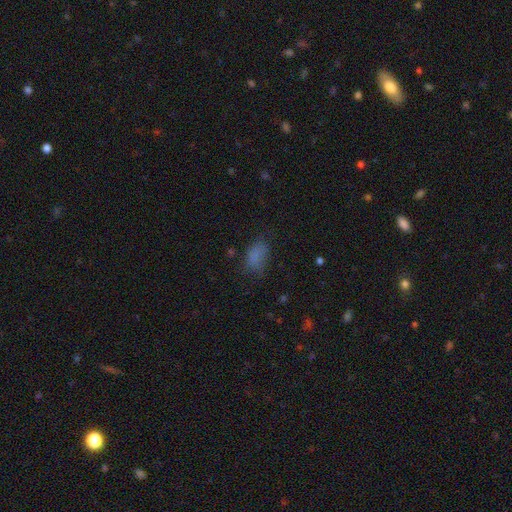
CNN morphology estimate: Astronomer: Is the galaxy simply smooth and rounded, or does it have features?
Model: smooth — 78%.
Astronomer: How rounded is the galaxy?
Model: in between — 89%.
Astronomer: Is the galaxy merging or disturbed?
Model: none — 61%.